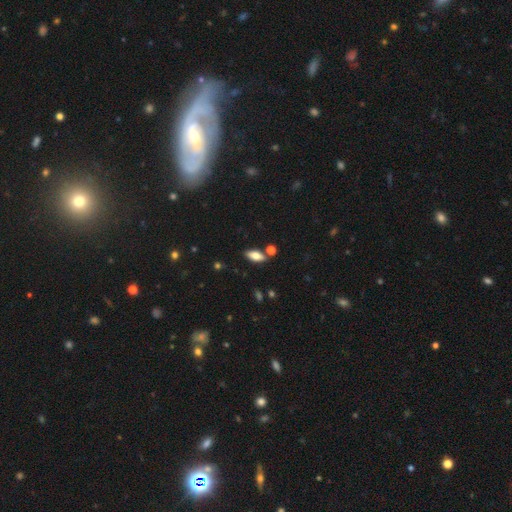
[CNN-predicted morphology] smooth-or-featured: smooth: 73% | featured or disk: 19% | star or artifact: 8%
  how-rounded: in between: 84% | cigar-shaped: 13% | round: 3%
  merging: none: 78% | minor disturbance: 11% | merger: 9% | major disturbance: 3%